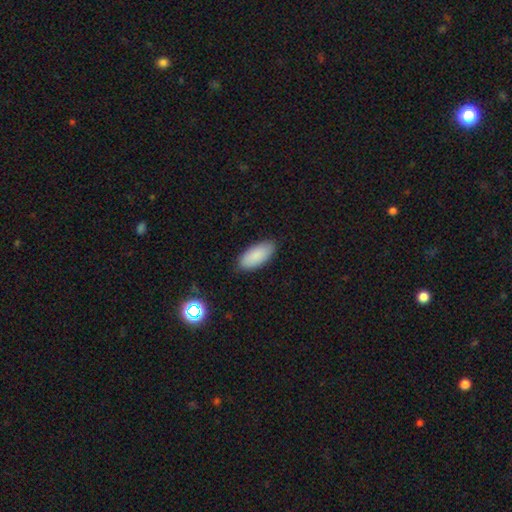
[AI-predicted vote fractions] smooth-or-featured: smooth: 88% | star or artifact: 7% | featured or disk: 5%
  how-rounded: in between: 89% | cigar-shaped: 10% | round: 2%
  merging: none: 86% | minor disturbance: 10% | major disturbance: 2% | merger: 1%